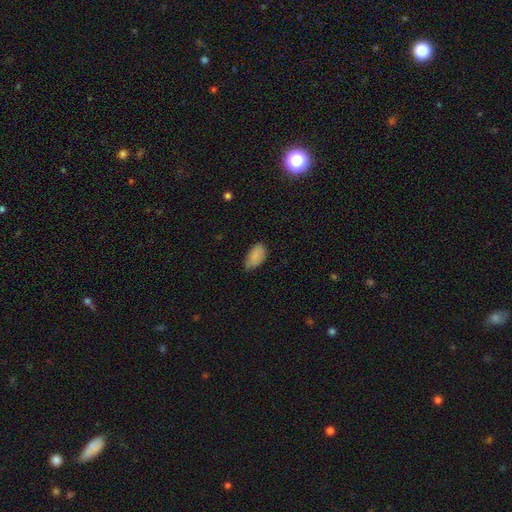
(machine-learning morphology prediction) A smooth galaxy with no disk features (86%) that is in between round and cigar-shaped (94%).

Vote fractions:
- Smooth or featured? smooth: 86% / star or artifact: 7% / featured or disk: 6%
- How rounded? in between: 94% / round: 3% / cigar-shaped: 3%
- Merging? none: 59% / minor disturbance: 34% / major disturbance: 5% / merger: 1%